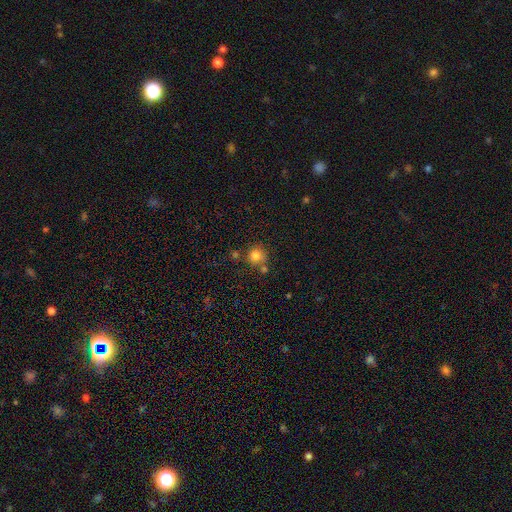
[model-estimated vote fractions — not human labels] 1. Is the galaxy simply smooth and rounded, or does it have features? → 81% smooth, 12% star or artifact, 7% featured or disk.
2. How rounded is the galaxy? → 90% round, 9% in between, 1% cigar-shaped.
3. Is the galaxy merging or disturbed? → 64% none, 19% merger, 12% minor disturbance, 5% major disturbance.